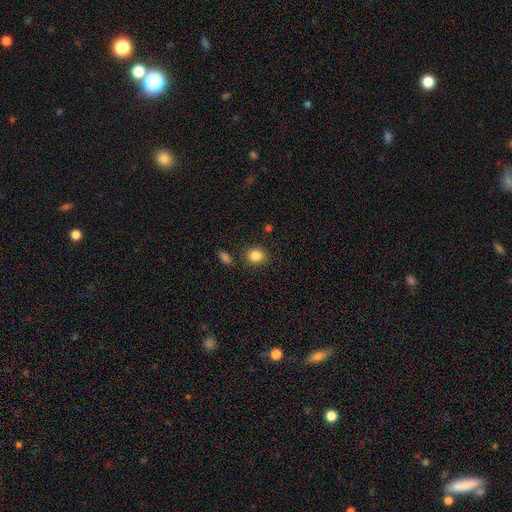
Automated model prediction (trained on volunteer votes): Smooth or featured? smooth (85%)
How rounded? round (70%)
Merging? none (85%)